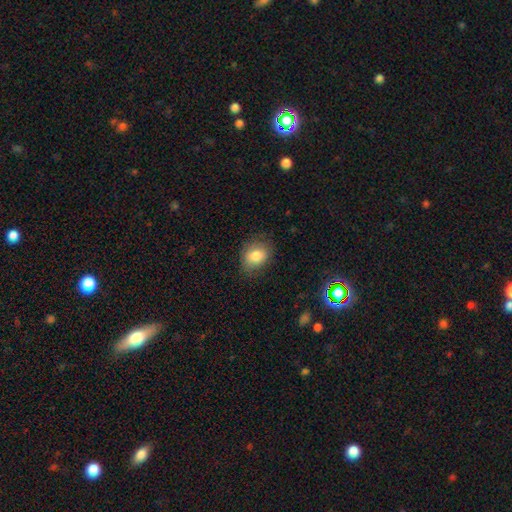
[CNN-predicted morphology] Smooth or featured?
  - smooth: 82% *
  - star or artifact: 9%
  - featured or disk: 9%
How rounded?
  - in between: 57% *
  - round: 42%
  - cigar-shaped: 1%
Merging?
  - none: 76% *
  - minor disturbance: 18%
  - major disturbance: 5%
  - merger: 1%